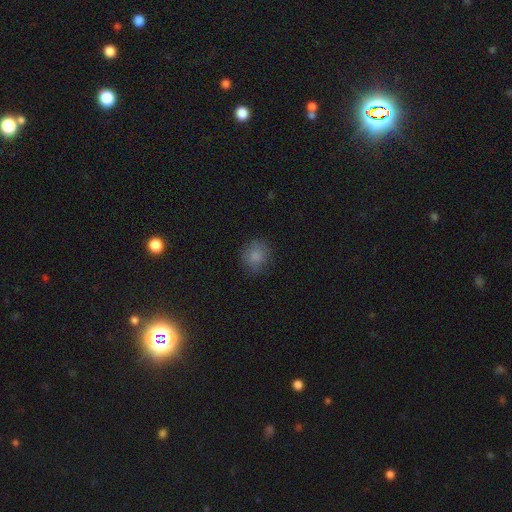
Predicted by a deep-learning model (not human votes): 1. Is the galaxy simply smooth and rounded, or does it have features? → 83% smooth, 10% star or artifact, 7% featured or disk.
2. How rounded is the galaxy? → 82% round, 17% in between, 1% cigar-shaped.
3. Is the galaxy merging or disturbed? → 78% none, 16% minor disturbance, 5% major disturbance, 1% merger.